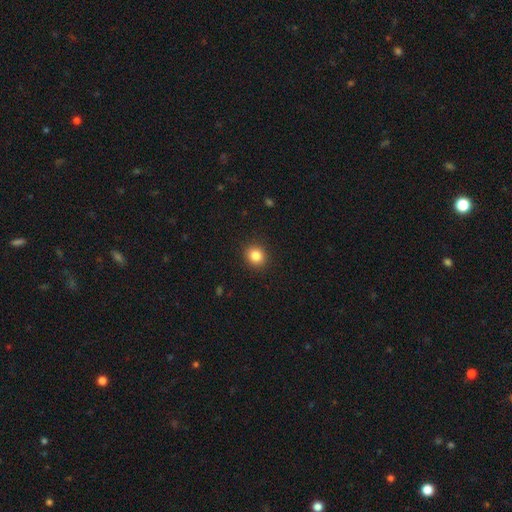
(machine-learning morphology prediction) Overall: smooth (85%). How rounded: round (77%). Merging: none (91%).